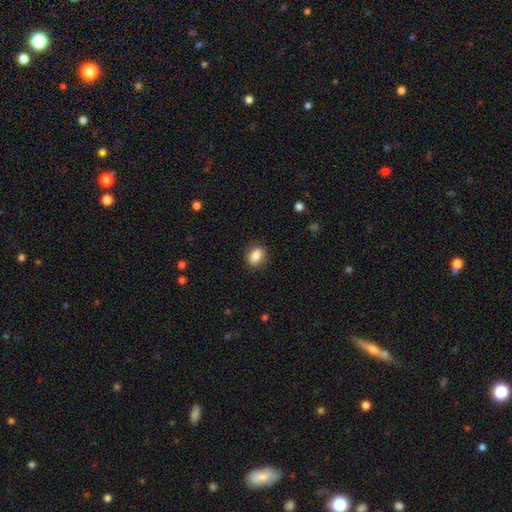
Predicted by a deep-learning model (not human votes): Smooth or featured? Predicted: smooth (p=0.84). How rounded? Predicted: in between (p=0.66). Merging? Predicted: none (p=0.86).